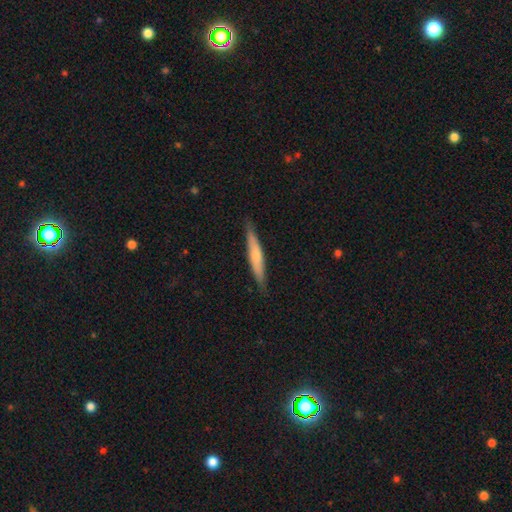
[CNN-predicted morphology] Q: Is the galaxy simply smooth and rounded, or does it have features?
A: smooth — 56%.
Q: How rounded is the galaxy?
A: cigar-shaped — 93%.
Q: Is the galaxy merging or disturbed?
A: none — 87%.